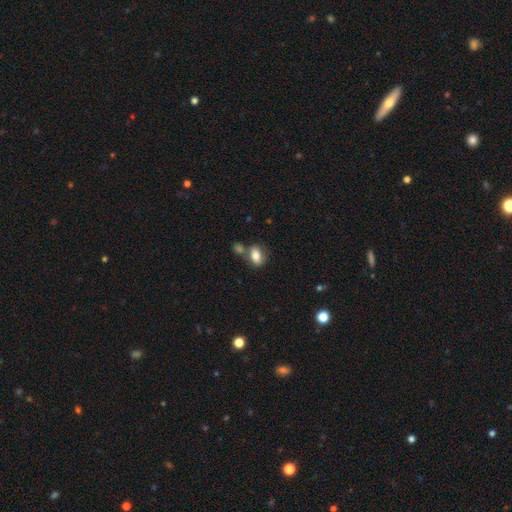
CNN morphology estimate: Smooth or featured?
  - smooth: 75% *
  - featured or disk: 17%
  - star or artifact: 8%
How rounded?
  - in between: 83% *
  - round: 13%
  - cigar-shaped: 5%
Merging?
  - none: 53% *
  - merger: 28%
  - minor disturbance: 14%
  - major disturbance: 5%